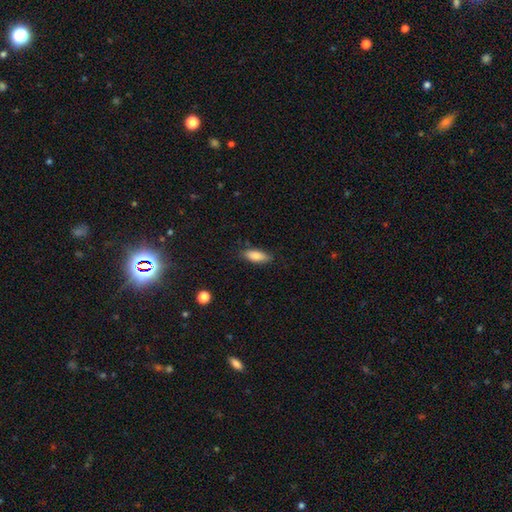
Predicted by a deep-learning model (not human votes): smooth_or_featured: smooth (p=0.83) [alt: featured or disk p=0.10]
how_rounded: in between (p=0.69) [alt: cigar-shaped p=0.29]
merging: none (p=0.81) [alt: minor disturbance p=0.15]